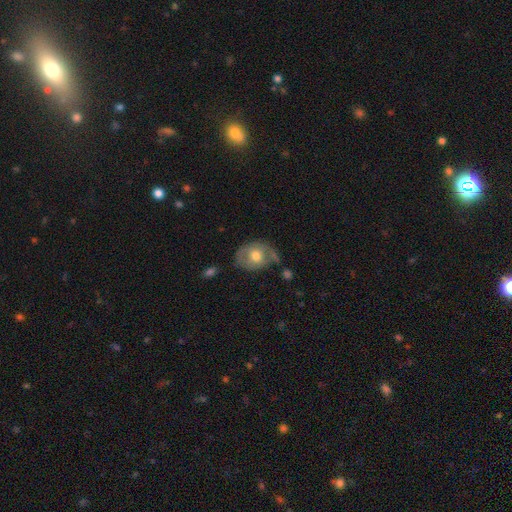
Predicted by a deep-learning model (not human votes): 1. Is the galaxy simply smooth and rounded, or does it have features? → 53% smooth, 40% featured or disk, 7% star or artifact.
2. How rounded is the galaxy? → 56% in between, 43% round, 1% cigar-shaped.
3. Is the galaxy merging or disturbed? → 47% none, 31% minor disturbance, 15% major disturbance, 7% merger.